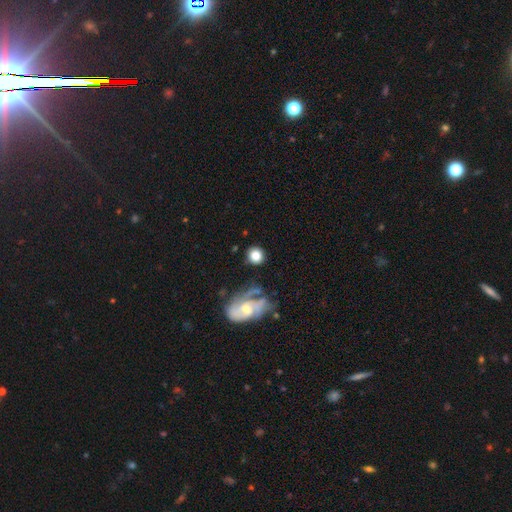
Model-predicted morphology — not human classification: Q: Smooth or featured?
A: smooth (76%); runner-up: featured or disk (14%)
Q: How rounded?
A: round (85%); runner-up: in between (14%)
Q: Merging?
A: none (76%); runner-up: minor disturbance (12%)